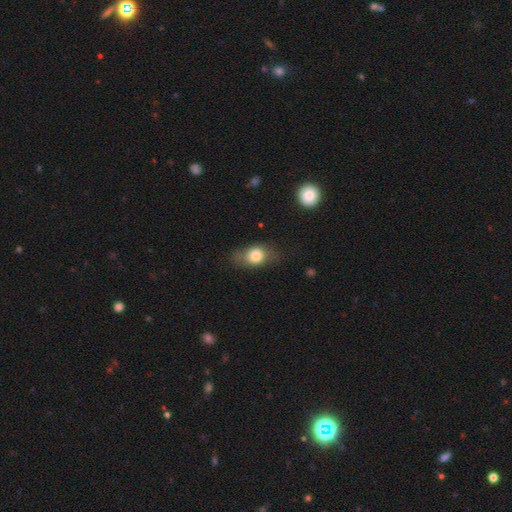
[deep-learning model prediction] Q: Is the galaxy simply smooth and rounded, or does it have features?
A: smooth — 72%.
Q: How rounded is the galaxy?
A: in between — 59%.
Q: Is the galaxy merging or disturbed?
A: none — 61%.